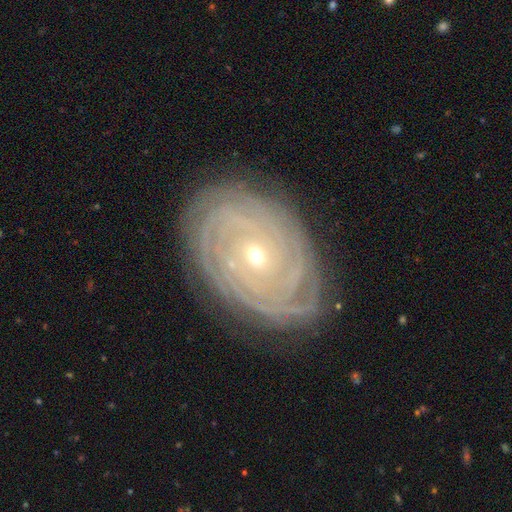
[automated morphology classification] A featured or disk galaxy (89%) with no bar (71%), more than 4 (26%) tight (89%) spiral arms (98%) and a small central bulge (63%). Merging: none (84%).